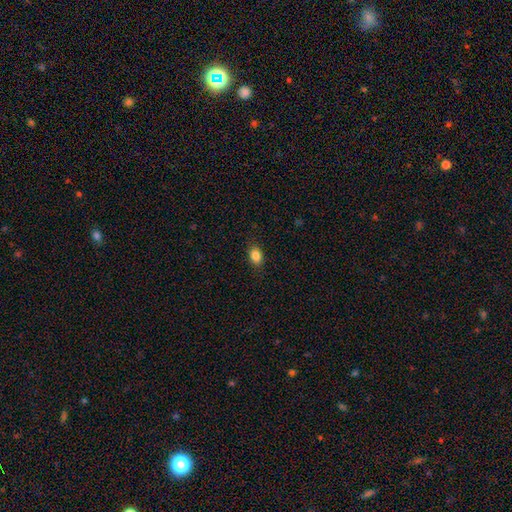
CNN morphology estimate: smooth 85%, star or artifact 10%, featured or disk 5%. Down the decision tree: how rounded — in between (76%); merging — none (87%).